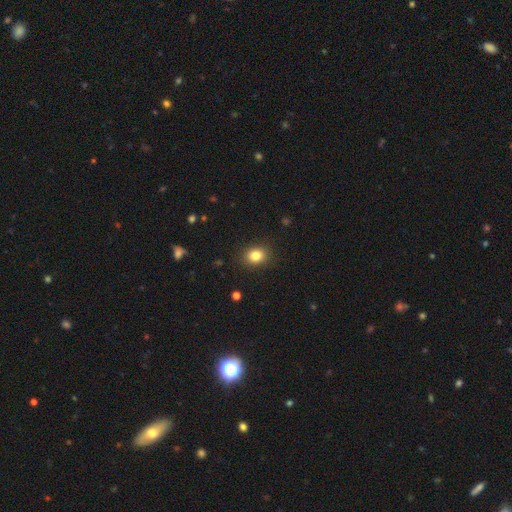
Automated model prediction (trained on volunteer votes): Smooth or featured? smooth (83%)
How rounded? round (58%)
Merging? none (89%)